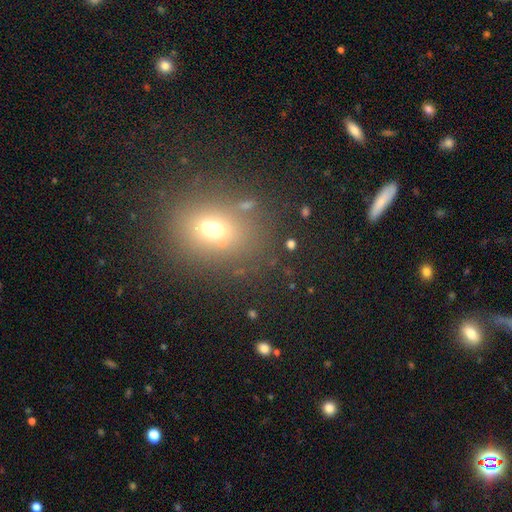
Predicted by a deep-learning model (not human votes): smooth-or-featured: smooth: 62% | star or artifact: 26% | featured or disk: 11%
  how-rounded: round: 55% | in between: 43% | cigar-shaped: 2%
  merging: none: 82% | minor disturbance: 10% | major disturbance: 4% | merger: 4%